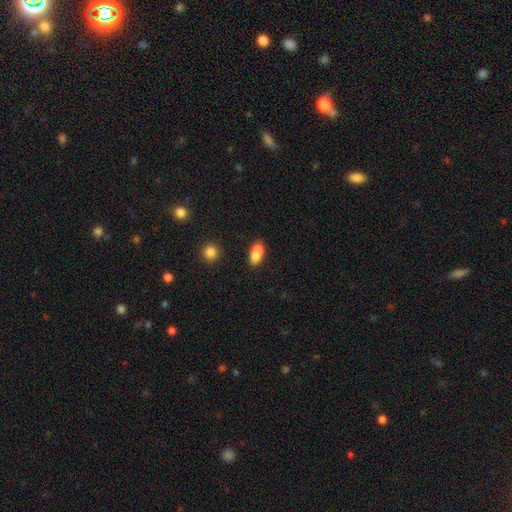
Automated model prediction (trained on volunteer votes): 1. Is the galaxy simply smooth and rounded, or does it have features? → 73% smooth, 17% featured or disk, 10% star or artifact.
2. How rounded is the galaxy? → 73% in between, 20% round, 7% cigar-shaped.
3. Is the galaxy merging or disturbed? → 56% merger, 31% none, 9% minor disturbance, 4% major disturbance.